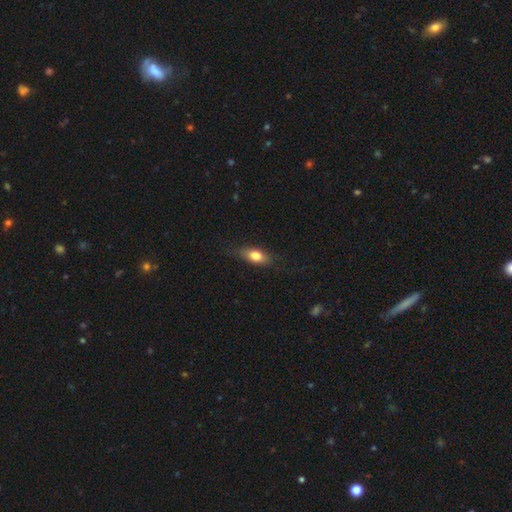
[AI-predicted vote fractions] A smooth galaxy with no disk features (74%) that is in between round and cigar-shaped (76%). Merging: none (76%).